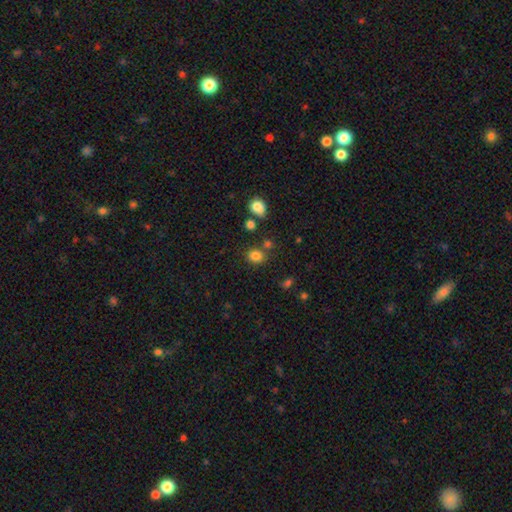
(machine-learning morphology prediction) smooth 82%, star or artifact 13%, featured or disk 5%. Down the decision tree: how rounded — round (70%); merging — none (75%).